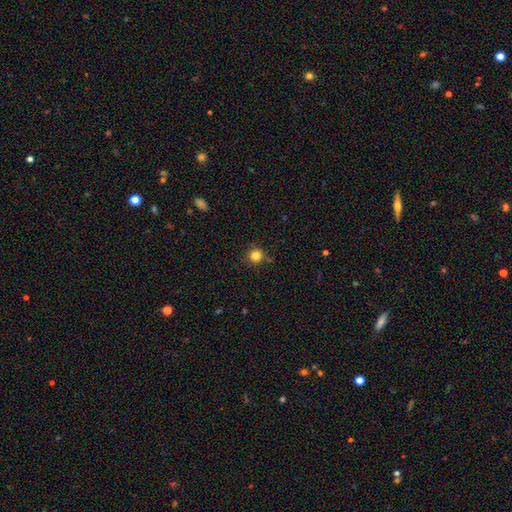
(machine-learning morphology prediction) smooth-or-featured: smooth: 83% | star or artifact: 13% | featured or disk: 4%
  how-rounded: round: 94% | in between: 5% | cigar-shaped: 1%
  merging: none: 83% | minor disturbance: 11% | merger: 3% | major disturbance: 3%